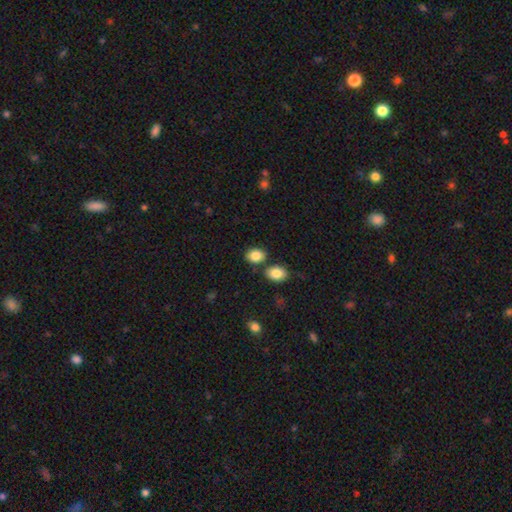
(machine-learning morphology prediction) This is clearly a smooth galaxy (85%). How rounded: likely in between (64%). Merging: likely none (72%).